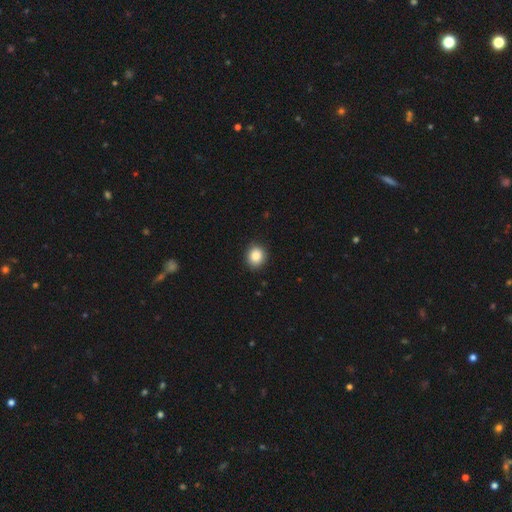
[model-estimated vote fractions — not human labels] Q: Smooth or featured?
A: smooth (87%); runner-up: star or artifact (9%)
Q: How rounded?
A: round (76%); runner-up: in between (24%)
Q: Merging?
A: none (89%); runner-up: minor disturbance (8%)